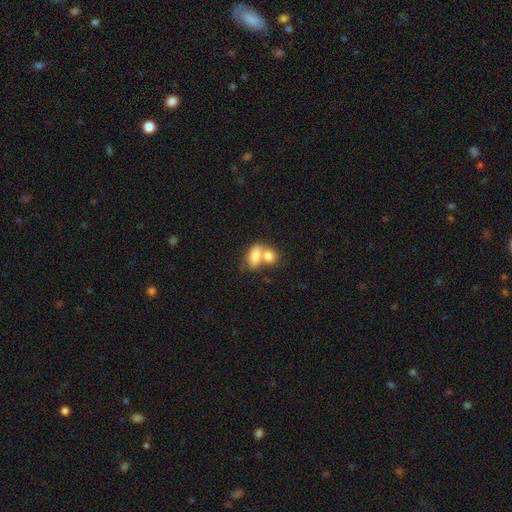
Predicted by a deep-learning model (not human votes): Smooth or featured: smooth — 79% (featured or disk — 14%)
How rounded: in between — 83% (round — 14%)
Merging: merger — 65% (none — 22%)